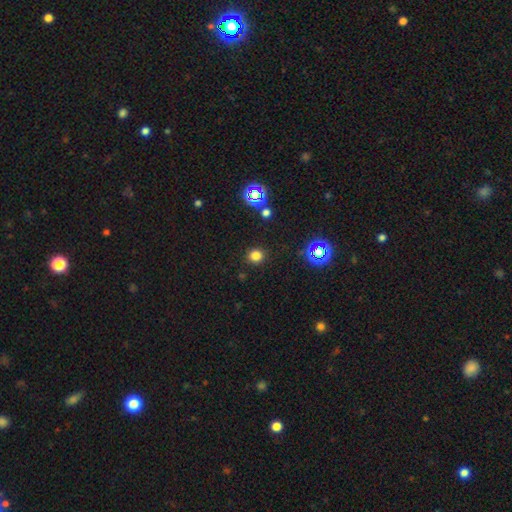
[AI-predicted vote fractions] smooth-or-featured: smooth: 76% | star or artifact: 20% | featured or disk: 5%
  how-rounded: round: 88% | in between: 11% | cigar-shaped: 1%
  merging: none: 89% | minor disturbance: 6% | major disturbance: 3% | merger: 2%